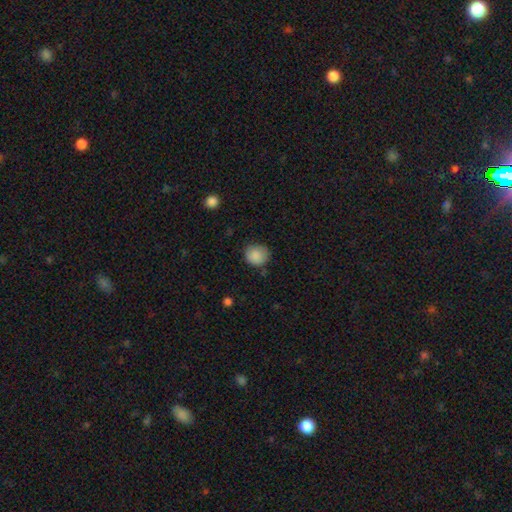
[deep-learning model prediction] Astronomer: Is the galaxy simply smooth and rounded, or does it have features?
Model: smooth — 87%.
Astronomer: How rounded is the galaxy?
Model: round — 76%.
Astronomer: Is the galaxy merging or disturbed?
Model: none — 73%.